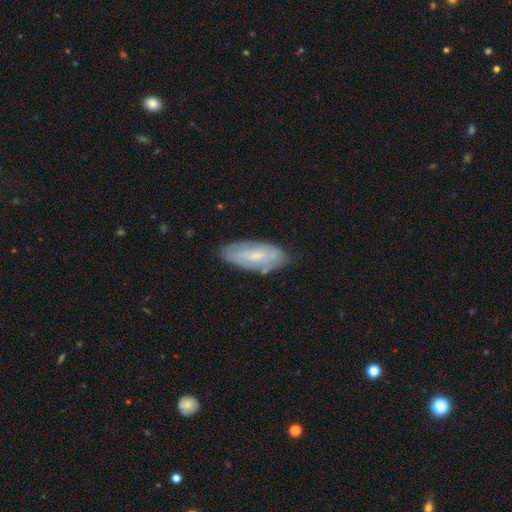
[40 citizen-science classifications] Smooth or featured? smooth (48%)
How rounded? in between (84%)
Merging? none (86%)